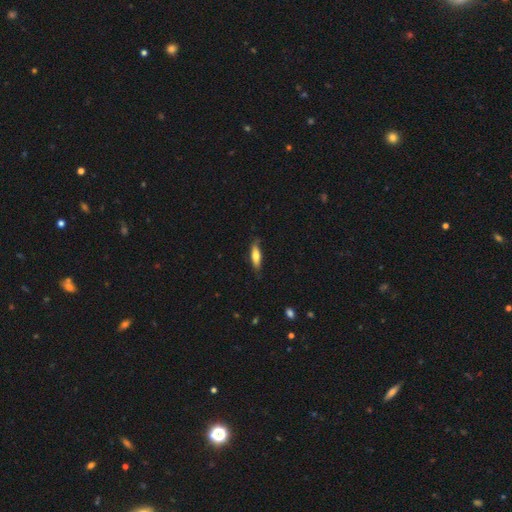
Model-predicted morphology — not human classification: This appears to be a smooth galaxy with no disk features (67%) that is cigar-shaped (61%). Merging: none (78%).